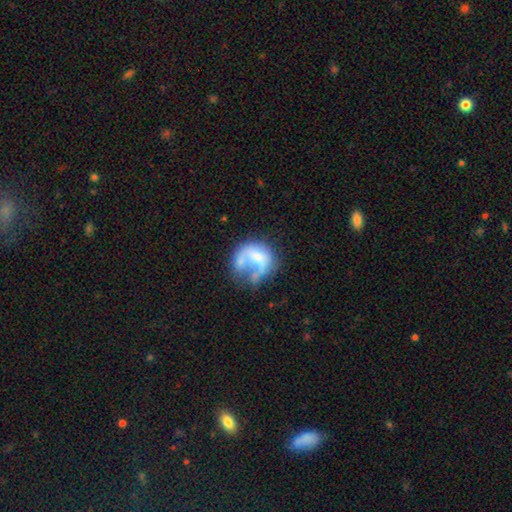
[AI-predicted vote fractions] Q: Smooth or featured?
A: featured or disk (46%); runner-up: smooth (45%)
Q: Merging?
A: major disturbance (34%); runner-up: none (25%)